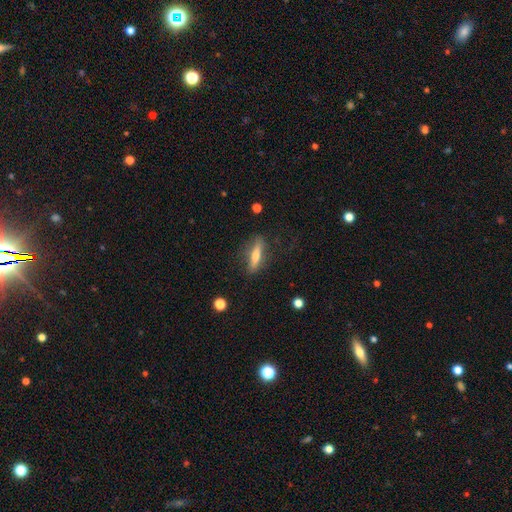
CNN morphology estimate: Q: Smooth or featured?
A: smooth (48%); runner-up: featured or disk (45%)
Q: Merging?
A: none (82%); runner-up: minor disturbance (12%)